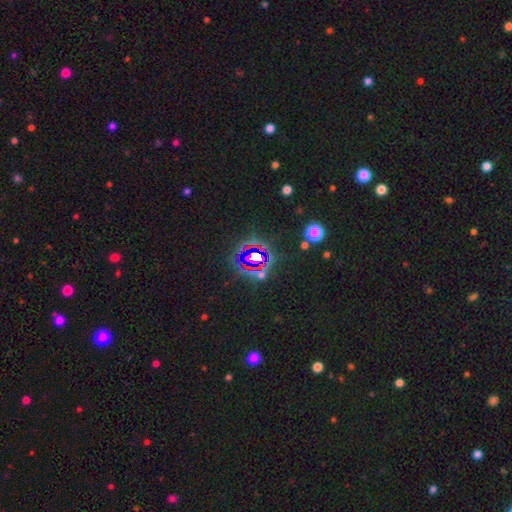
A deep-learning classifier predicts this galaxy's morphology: A star or artifact, not a galaxy (73%).

Vote fractions:
- Smooth or featured? star or artifact: 73% / smooth: 16% / featured or disk: 11%